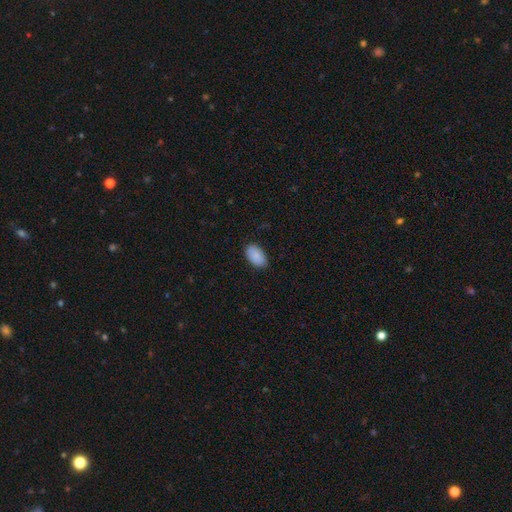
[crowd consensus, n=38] Morphology: type=smooth (79%); roundness=in between (93%); merging=none (86%).